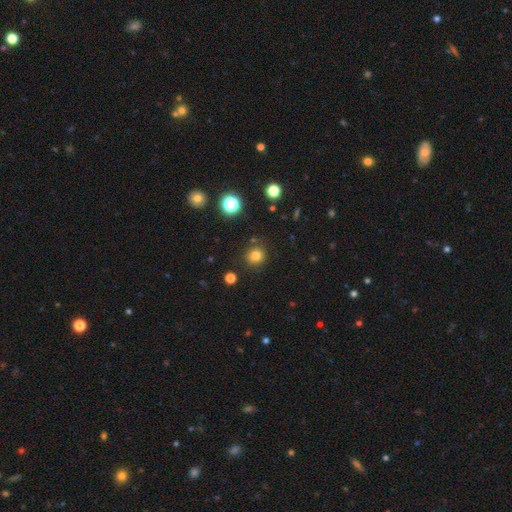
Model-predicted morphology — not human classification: type=smooth (79%); roundness=round (91%); merging=none (86%).